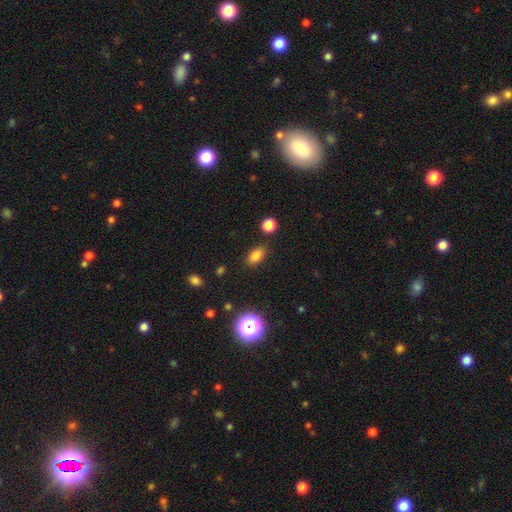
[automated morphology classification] Overall: smooth (81%). How rounded: in between (84%). Merging: none (84%).